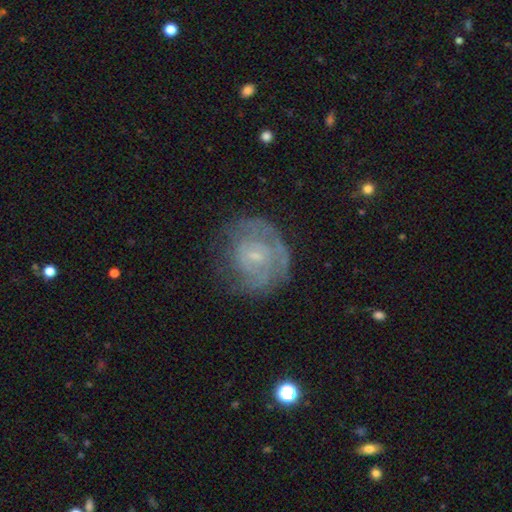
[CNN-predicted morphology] A featured or disk galaxy (67%) with no bar (62%), spiral arms (71%) and a small central bulge (74%). Merging: none (63%).